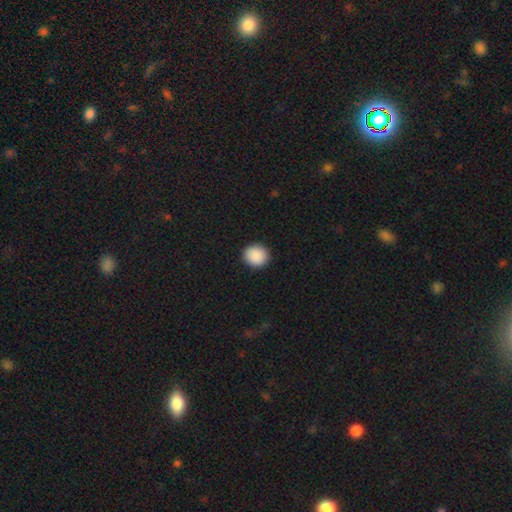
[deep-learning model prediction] The model was most divided on "how rounded": round: 91%, in between: 8%, cigar-shaped: 1%. More confident: merging — none (92%); smooth or featured — smooth (90%).